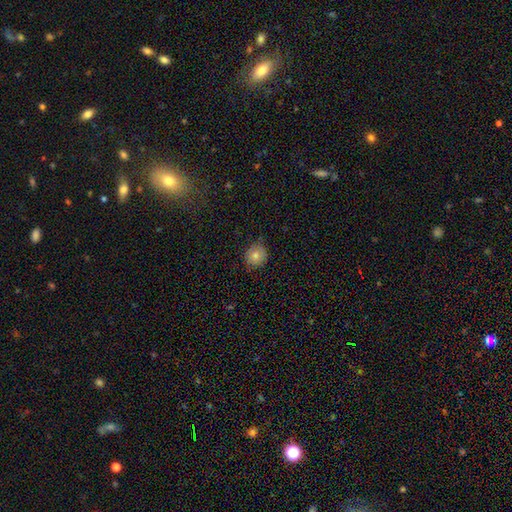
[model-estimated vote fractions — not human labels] Overall: smooth (79%). How rounded: round (83%). Merging: none (79%).